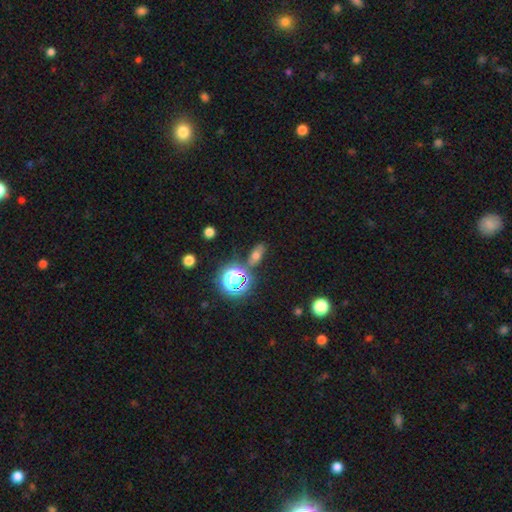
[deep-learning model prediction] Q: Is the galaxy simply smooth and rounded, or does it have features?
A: smooth — 54%.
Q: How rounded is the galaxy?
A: in between — 63%.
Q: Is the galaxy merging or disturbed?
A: none — 77%.